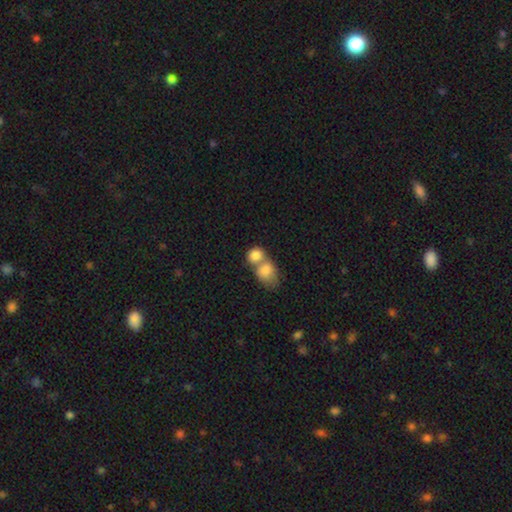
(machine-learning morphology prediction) The model was most divided on "how rounded": round: 53%, in between: 46%, cigar-shaped: 1%. More confident: smooth or featured — smooth (82%); merging — merger (67%).